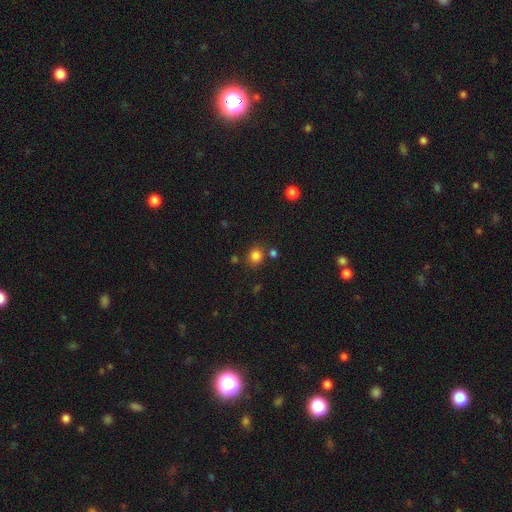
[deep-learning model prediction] Morphology: type=smooth (82%); roundness=round (79%); merging=none (78%).